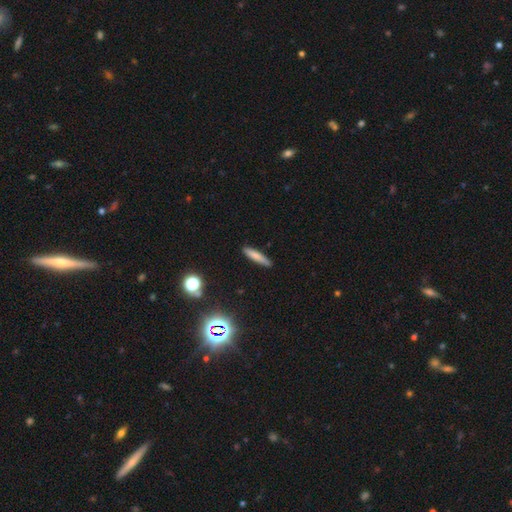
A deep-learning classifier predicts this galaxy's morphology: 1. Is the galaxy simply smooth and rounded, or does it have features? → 77% smooth, 14% featured or disk, 9% star or artifact.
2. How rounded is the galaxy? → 87% cigar-shaped, 11% in between, 2% round.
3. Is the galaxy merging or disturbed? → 87% none, 10% minor disturbance, 2% major disturbance, 1% merger.